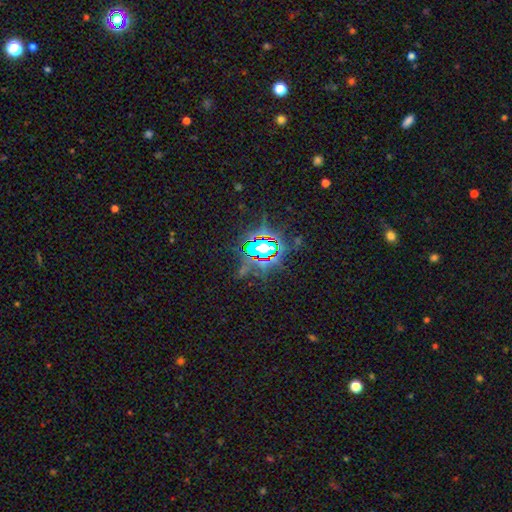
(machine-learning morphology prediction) This appears to be a star or artifact, not a galaxy (75%).